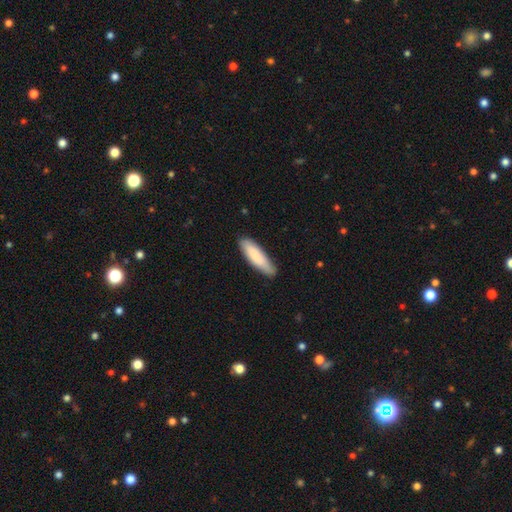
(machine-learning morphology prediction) This appears to be a smooth galaxy with no disk features (84%) that is cigar-shaped (64%). Merging: none (81%).